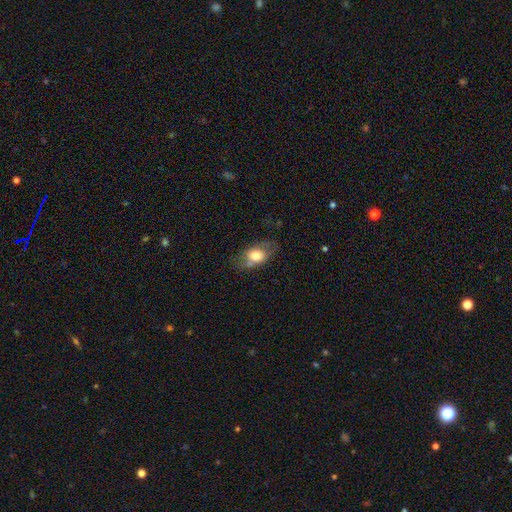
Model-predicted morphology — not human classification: smooth 66%, featured or disk 27%, star or artifact 7%. Down the decision tree: how rounded — in between (82%); merging — none (64%).